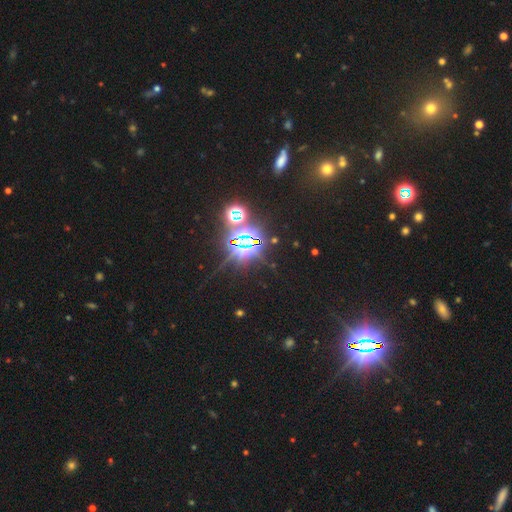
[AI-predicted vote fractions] This is likely a star or artifact rather than a galaxy (80%).